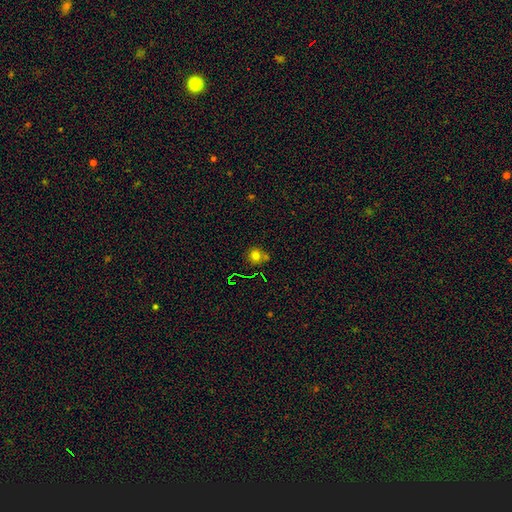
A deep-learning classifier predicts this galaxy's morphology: A smooth galaxy with no disk features (73%) that is round (88%). Merging: none (64%).